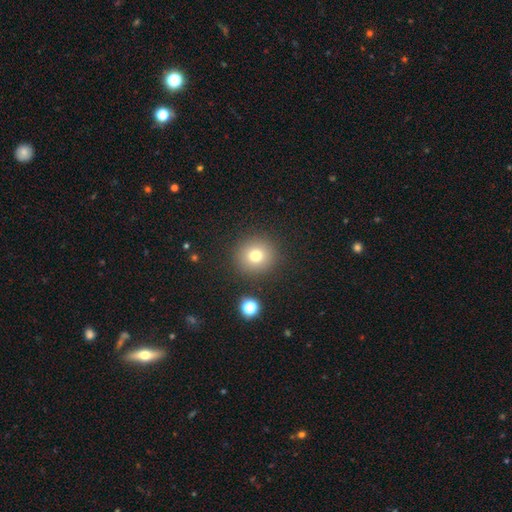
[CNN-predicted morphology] This is likely a smooth galaxy (75%). How rounded: clearly round (93%). Merging: clearly none (89%).